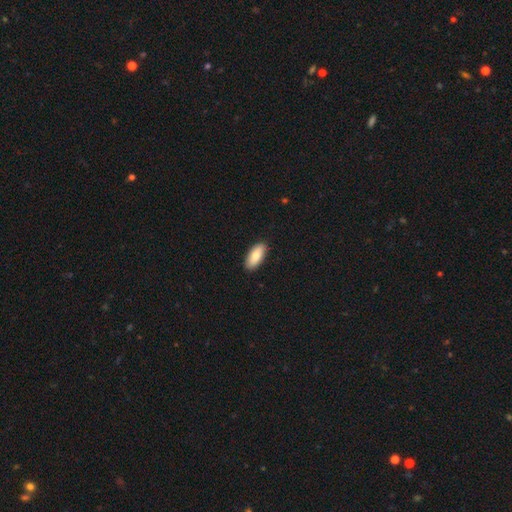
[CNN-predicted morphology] Smooth or featured? Predicted: smooth (p=0.82). How rounded? Predicted: in between (p=0.88). Merging? Predicted: none (p=0.90).